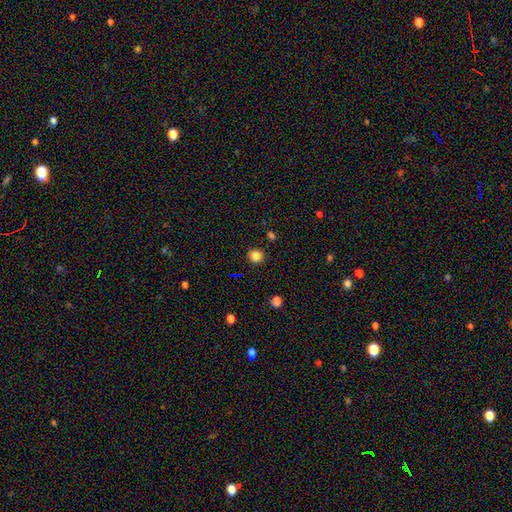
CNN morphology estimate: Smooth or featured? Predicted: smooth (p=0.84). How rounded? Predicted: round (p=0.87). Merging? Predicted: none (p=0.89).